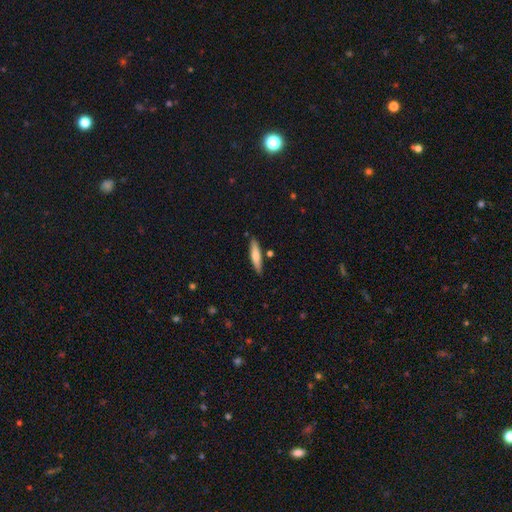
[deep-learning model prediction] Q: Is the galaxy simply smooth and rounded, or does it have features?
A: smooth — 67%.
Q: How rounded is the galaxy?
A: cigar-shaped — 84%.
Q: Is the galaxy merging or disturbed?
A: none — 84%.